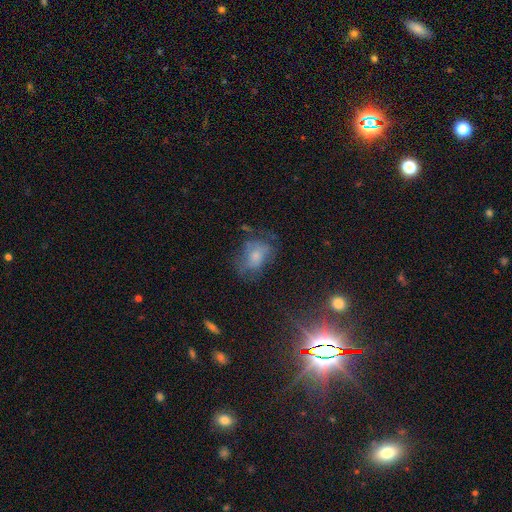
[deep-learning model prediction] Smooth or featured?
  - smooth: 51% *
  - featured or disk: 32%
  - star or artifact: 16%
How rounded?
  - in between: 70% *
  - round: 29%
  - cigar-shaped: 2%
Merging?
  - none: 45% *
  - minor disturbance: 26%
  - major disturbance: 25%
  - merger: 3%